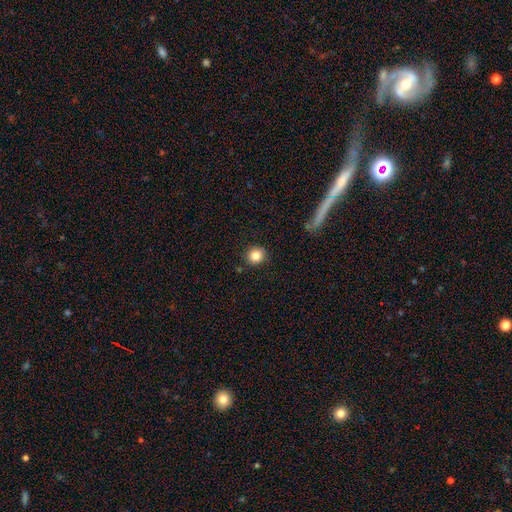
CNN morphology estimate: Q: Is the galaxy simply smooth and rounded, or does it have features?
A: smooth — 84%.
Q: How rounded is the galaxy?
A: round — 90%.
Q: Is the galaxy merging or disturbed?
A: none — 89%.